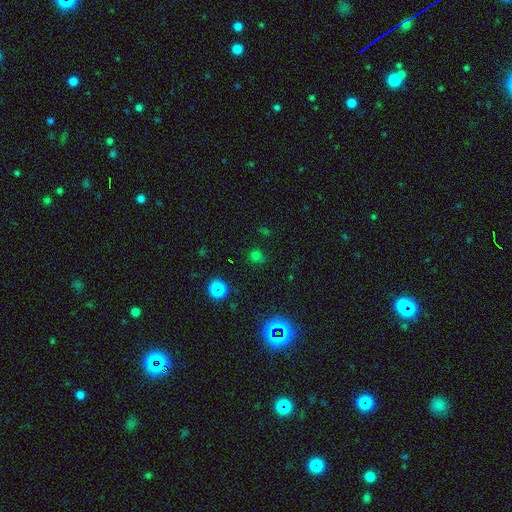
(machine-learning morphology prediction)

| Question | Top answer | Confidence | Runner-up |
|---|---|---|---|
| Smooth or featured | smooth | 59% | star or artifact (34%) |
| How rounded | round | 87% | in between (12%) |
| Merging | none | 77% | minor disturbance (14%) |